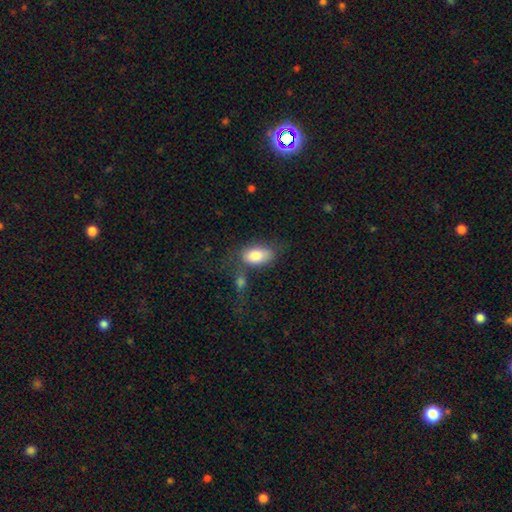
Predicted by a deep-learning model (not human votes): The model was most divided on "merging": none: 50%, minor disturbance: 20%, merger: 17%, major disturbance: 13%. More confident: how rounded — in between (91%); smooth or featured — smooth (82%).